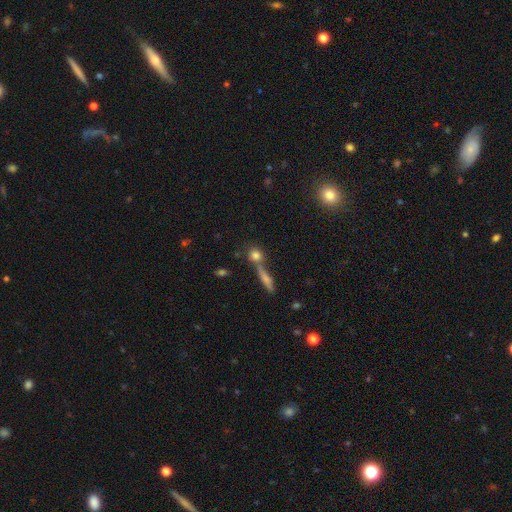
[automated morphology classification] The model was most divided on "merging": none: 59%, merger: 27%, minor disturbance: 10%, major disturbance: 4%. More confident: smooth or featured — smooth (76%); how rounded — round (70%).